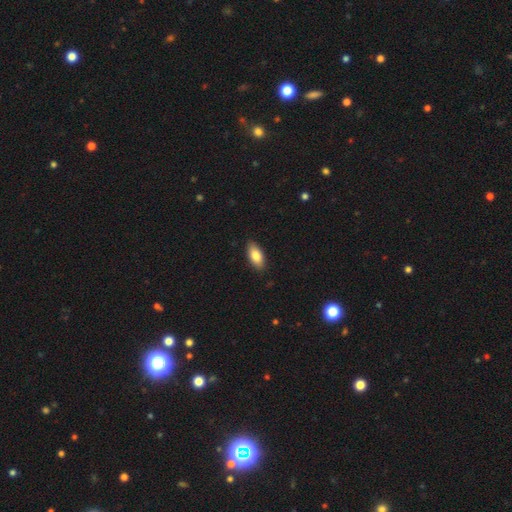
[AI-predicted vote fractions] smooth 84%, featured or disk 9%, star or artifact 6%. Down the decision tree: how rounded — in between (89%); merging — none (88%).